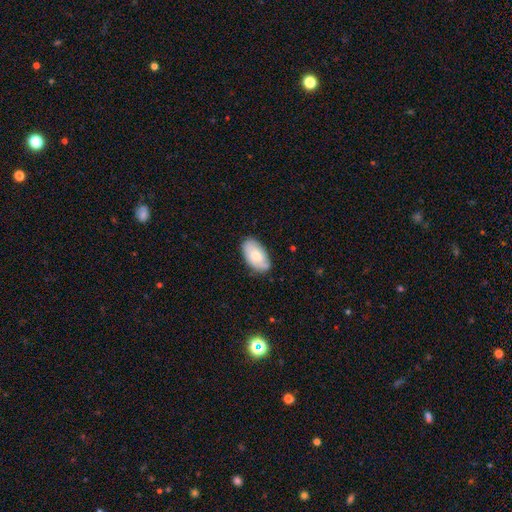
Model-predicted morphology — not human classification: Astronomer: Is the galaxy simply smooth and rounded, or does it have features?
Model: smooth — 64%.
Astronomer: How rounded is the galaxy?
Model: in between — 95%.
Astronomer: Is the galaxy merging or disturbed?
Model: none — 76%.